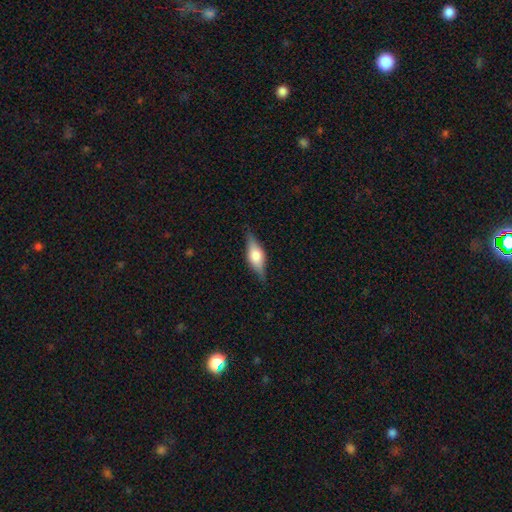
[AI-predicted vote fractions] Smooth or featured? Predicted: featured or disk (p=0.53). Edge-on disk? Predicted: yes (p=0.93). Merging? Predicted: none (p=0.82).